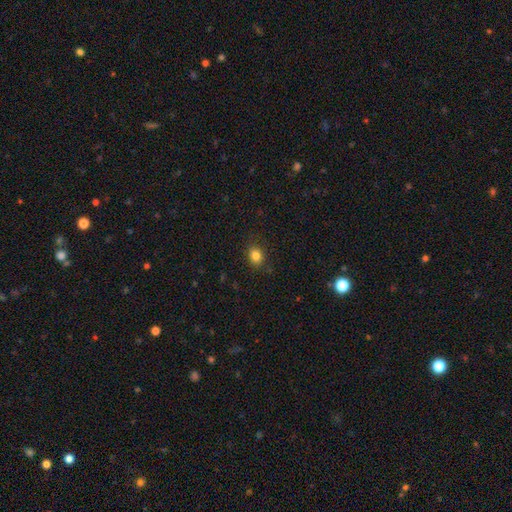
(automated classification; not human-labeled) Smooth or featured? Predicted: smooth (p=0.83). How rounded? Predicted: round (p=0.54). Merging? Predicted: none (p=0.86).